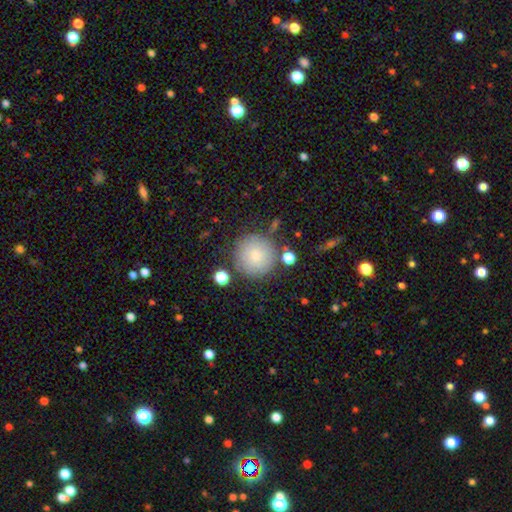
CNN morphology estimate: A smooth galaxy with no disk features (80%) that is round (95%). Merging: none (78%).